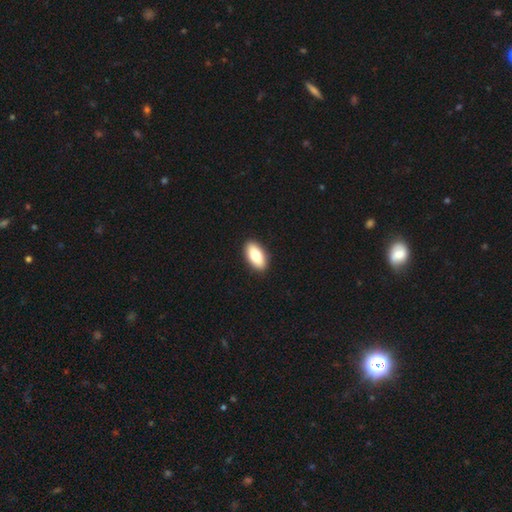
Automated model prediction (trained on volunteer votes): The model was most divided on "smooth or featured": smooth: 79%, featured or disk: 15%, star or artifact: 6%. More confident: merging — none (92%); how rounded — in between (89%).